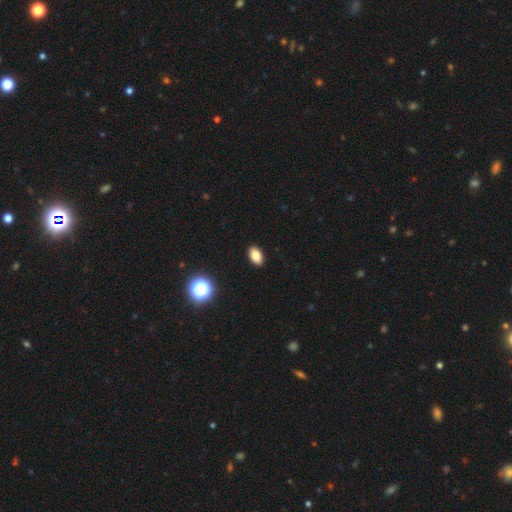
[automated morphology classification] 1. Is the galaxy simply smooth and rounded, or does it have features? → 82% smooth, 11% star or artifact, 7% featured or disk.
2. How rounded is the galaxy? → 91% in between, 7% round, 2% cigar-shaped.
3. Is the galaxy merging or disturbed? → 91% none, 6% minor disturbance, 2% major disturbance, 1% merger.